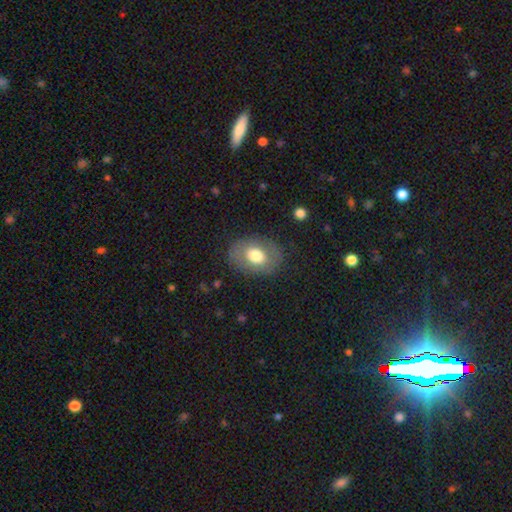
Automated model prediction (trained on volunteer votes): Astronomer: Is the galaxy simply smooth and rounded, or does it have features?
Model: smooth — 66%.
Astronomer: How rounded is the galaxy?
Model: in between — 72%.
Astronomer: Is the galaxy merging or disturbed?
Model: none — 80%.